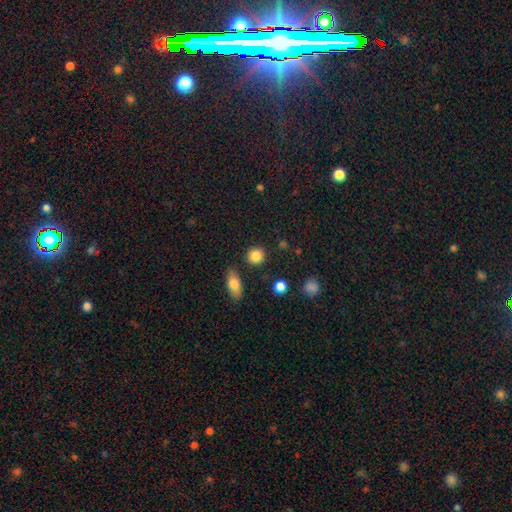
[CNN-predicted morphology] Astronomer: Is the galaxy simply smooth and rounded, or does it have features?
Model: smooth — 84%.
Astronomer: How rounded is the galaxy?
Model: round — 88%.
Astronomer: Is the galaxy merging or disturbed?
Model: none — 86%.